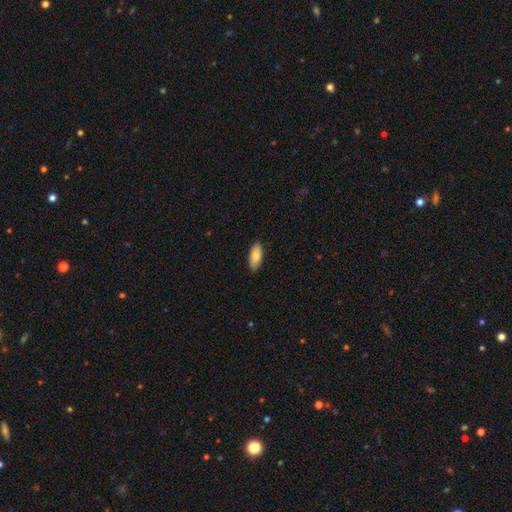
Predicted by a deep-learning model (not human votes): Q: Smooth or featured?
A: smooth (82%); runner-up: featured or disk (12%)
Q: How rounded?
A: in between (86%); runner-up: cigar-shaped (12%)
Q: Merging?
A: none (88%); runner-up: minor disturbance (9%)